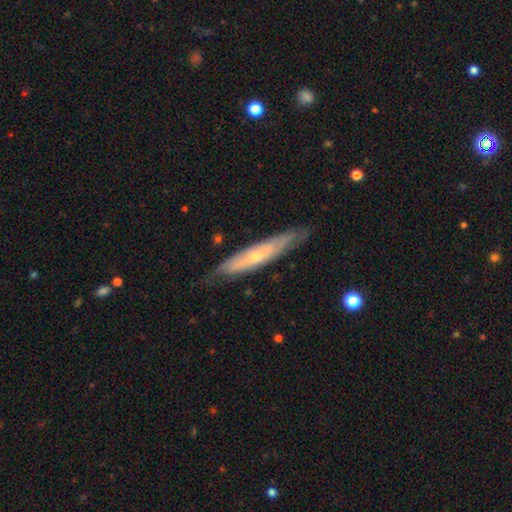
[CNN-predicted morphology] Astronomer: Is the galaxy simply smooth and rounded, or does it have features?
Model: featured or disk — 61%.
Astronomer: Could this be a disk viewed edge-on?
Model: yes — 60% (runner-up: no, 40%).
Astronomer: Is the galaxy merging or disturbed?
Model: none — 74%.